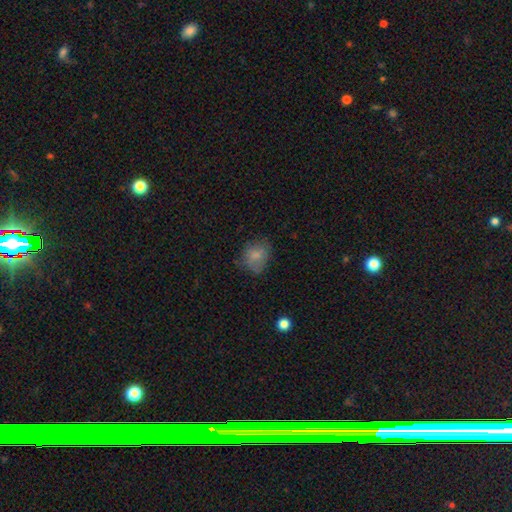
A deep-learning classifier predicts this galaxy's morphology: The model was most divided on "how rounded": round: 51%, in between: 48%, cigar-shaped: 1%. More confident: smooth or featured — smooth (76%); merging — none (59%).